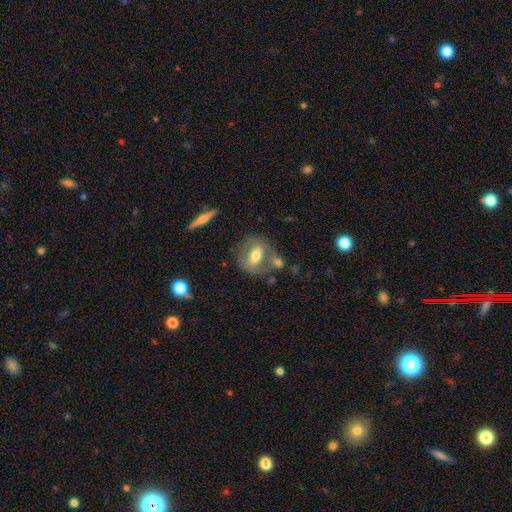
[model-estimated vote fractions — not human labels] Overall: smooth (47%; featured or disk 46%). Merging: none (52%; merger 21%).